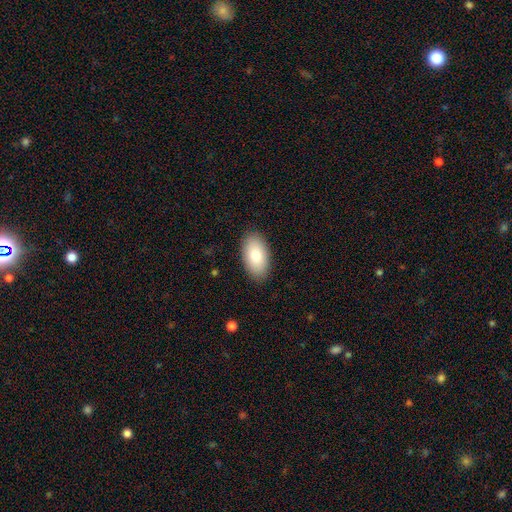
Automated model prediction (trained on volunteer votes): Morphology: type=smooth (81%); roundness=in between (95%); merging=none (88%).